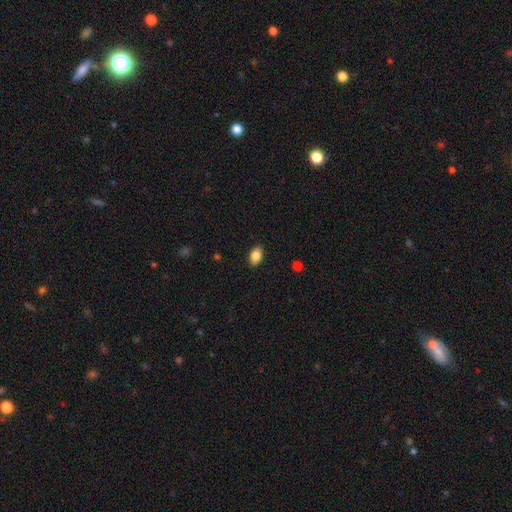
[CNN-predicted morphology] Smooth or featured? Predicted: smooth (p=0.84). How rounded? Predicted: in between (p=0.89). Merging? Predicted: none (p=0.88).